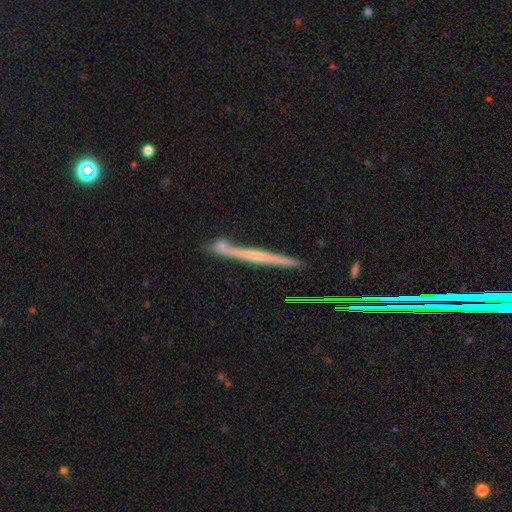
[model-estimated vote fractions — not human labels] Overall: featured or disk (59%; smooth 32%). Edge-on disk: yes (95%). Edge-on bulge: none (72%). Merging: none (73%).